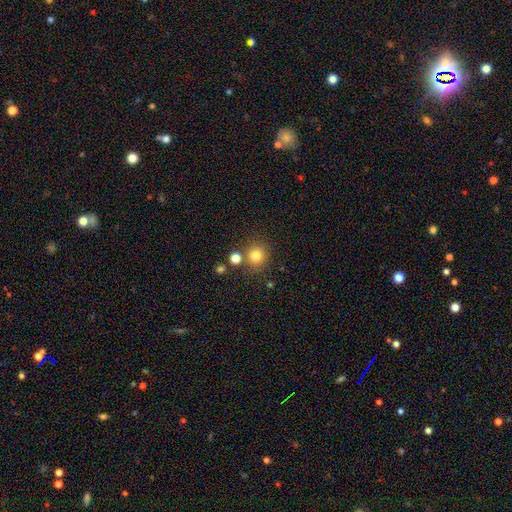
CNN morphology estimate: The model was most divided on "smooth or featured": smooth: 80%, star or artifact: 14%, featured or disk: 7%. More confident: how rounded — round (90%); merging — none (78%).